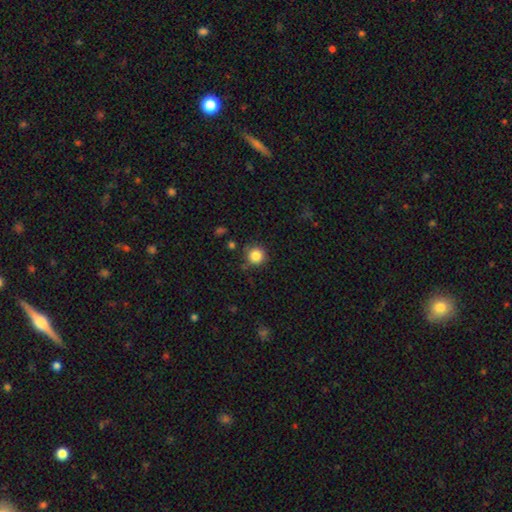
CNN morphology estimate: Smooth or featured?
  - smooth: 84% *
  - star or artifact: 11%
  - featured or disk: 5%
How rounded?
  - round: 95% *
  - in between: 4%
  - cigar-shaped: 1%
Merging?
  - none: 85% *
  - minor disturbance: 10%
  - merger: 3%
  - major disturbance: 3%